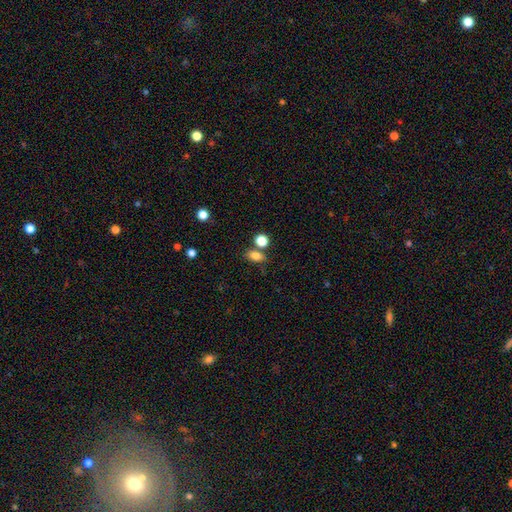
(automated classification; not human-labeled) The model was most divided on "merging": none: 67%, merger: 16%, minor disturbance: 13%, major disturbance: 4%. More confident: smooth or featured — smooth (81%); how rounded — in between (76%).